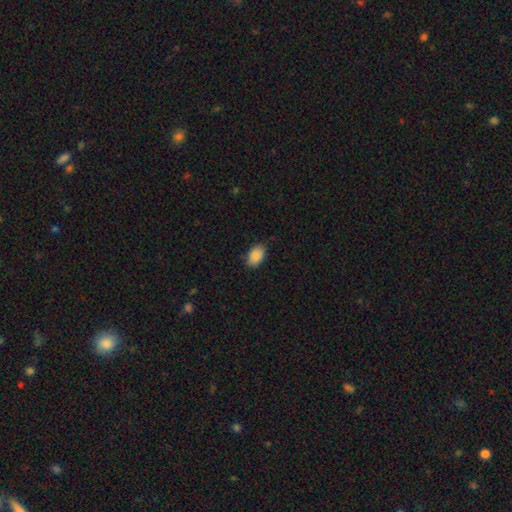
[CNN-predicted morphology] Smooth or featured?
  - smooth: 89% *
  - star or artifact: 7%
  - featured or disk: 4%
How rounded?
  - in between: 90% *
  - round: 8%
  - cigar-shaped: 1%
Merging?
  - none: 80% *
  - minor disturbance: 16%
  - major disturbance: 3%
  - merger: 1%